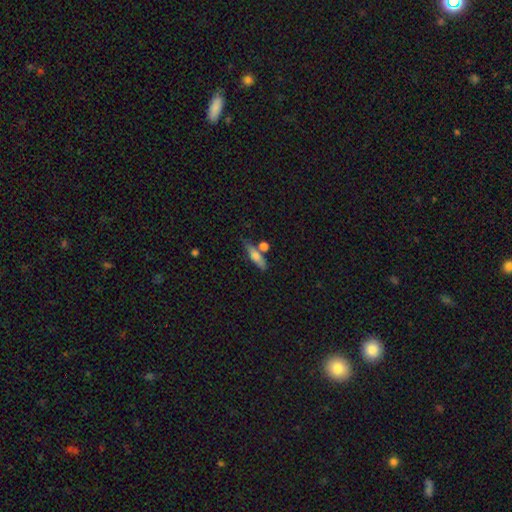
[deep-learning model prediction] Smooth or featured? Predicted: smooth (p=0.63). How rounded? Predicted: cigar-shaped (p=0.67). Merging? Predicted: none (p=0.62).